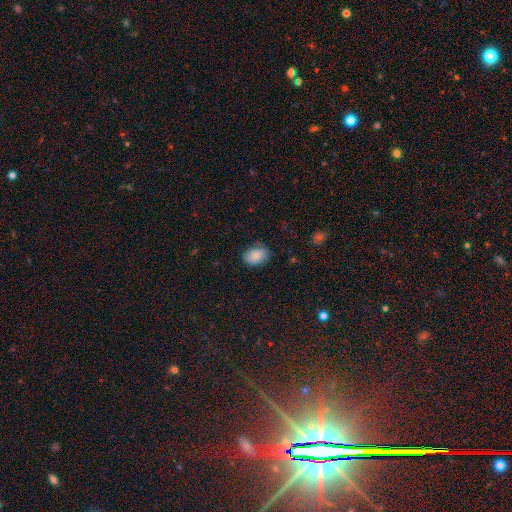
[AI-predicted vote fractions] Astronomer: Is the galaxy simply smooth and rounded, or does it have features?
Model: smooth — 86%.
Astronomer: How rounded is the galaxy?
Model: in between — 80%.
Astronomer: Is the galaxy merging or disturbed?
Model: none — 75%.